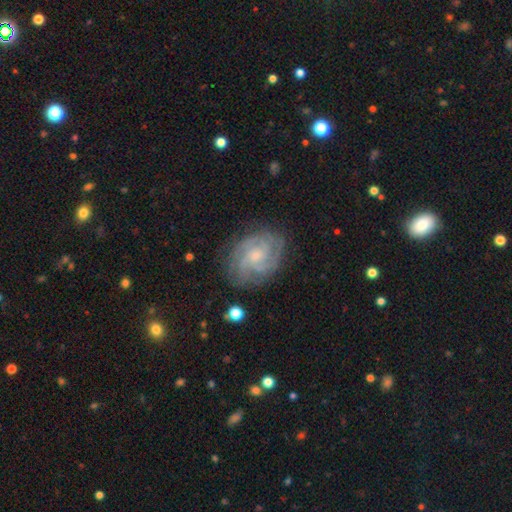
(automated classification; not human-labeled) smooth_or_featured: featured or disk (p=0.85) [alt: smooth p=0.09]
disk_edge_on: no (p=0.98) [alt: yes p=0.02]
bar: no (p=0.63) [alt: weak p=0.32]
has_spiral_arms: yes (p=0.97) [alt: no p=0.03]
spiral_winding: tight (p=0.66) [alt: medium p=0.29]
spiral_arm_count: 3 (p=0.31) [alt: can't tell p=0.21]
bulge_size: small (p=0.59) [alt: moderate p=0.31]
merging: none (p=0.79) [alt: minor disturbance p=0.15]